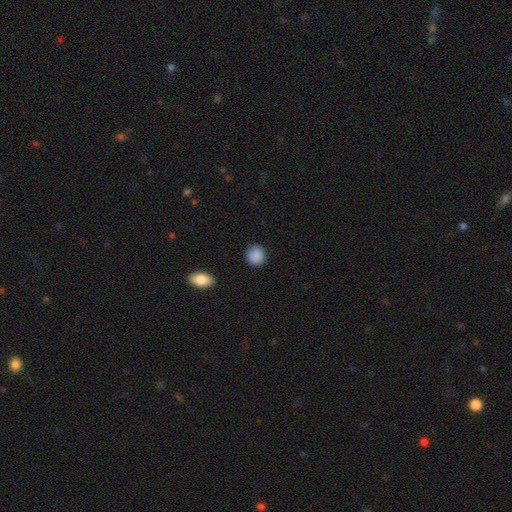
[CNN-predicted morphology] Smooth or featured? smooth (89%)
How rounded? round (83%)
Merging? none (88%)